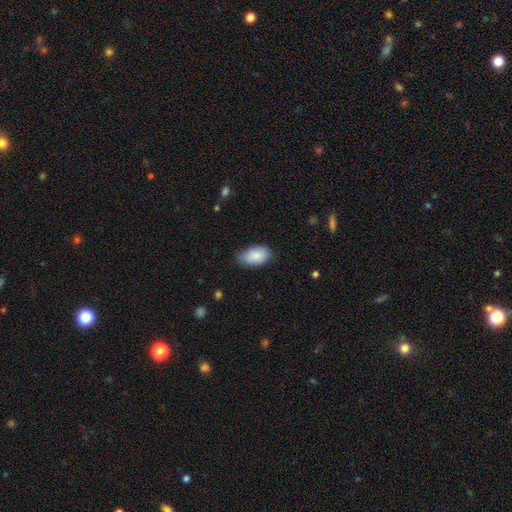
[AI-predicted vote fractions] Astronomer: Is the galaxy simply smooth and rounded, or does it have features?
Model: smooth — 86%.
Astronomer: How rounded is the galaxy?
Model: in between — 93%.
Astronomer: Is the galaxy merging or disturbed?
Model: none — 66%.